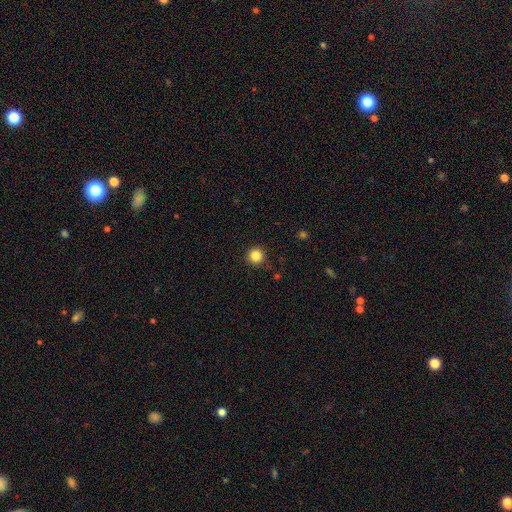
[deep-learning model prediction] A smooth galaxy with no disk features (85%) that is round (95%).

Vote fractions:
- Smooth or featured? smooth: 85% / star or artifact: 11% / featured or disk: 4%
- How rounded? round: 95% / in between: 4% / cigar-shaped: 1%
- Merging? none: 91% / minor disturbance: 6% / major disturbance: 2% / merger: 1%